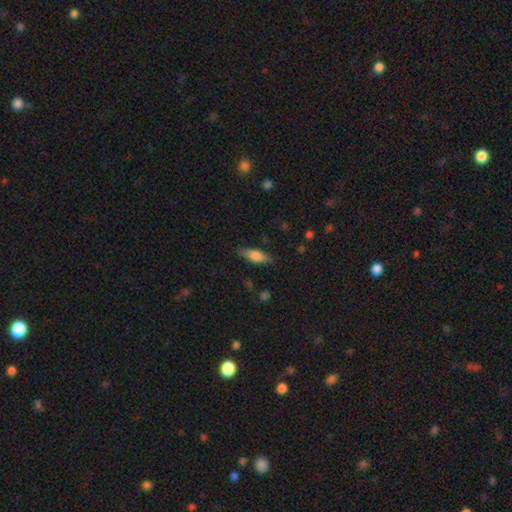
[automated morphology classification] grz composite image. It shows a smooth galaxy with no disk features (70%) that is in between round and cigar-shaped (57%). Merging: none (83%).